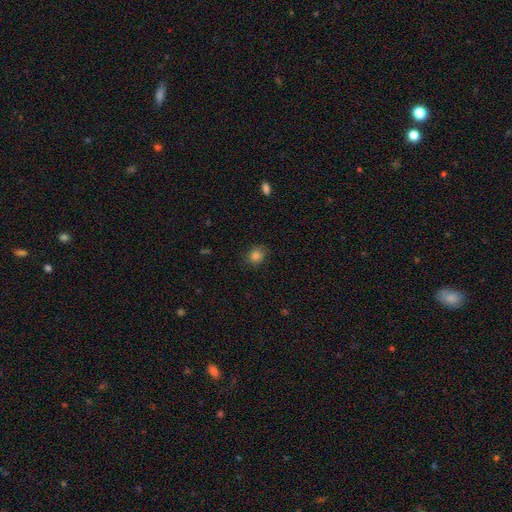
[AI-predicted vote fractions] Smooth or featured? smooth (83%)
How rounded? round (73%)
Merging? none (83%)